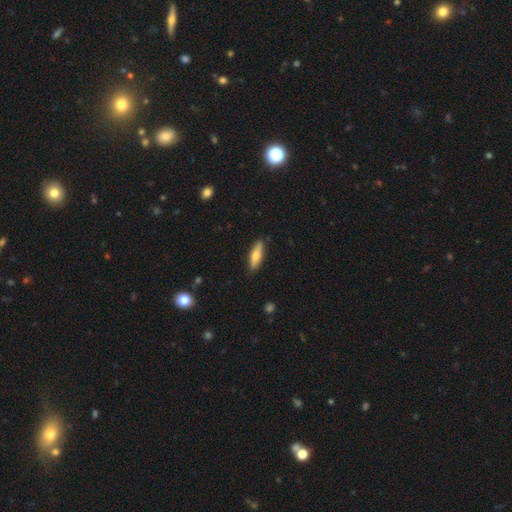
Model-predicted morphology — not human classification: smooth 68%, featured or disk 26%, star or artifact 6%. Down the decision tree: how rounded — cigar-shaped (58%); merging — none (87%).